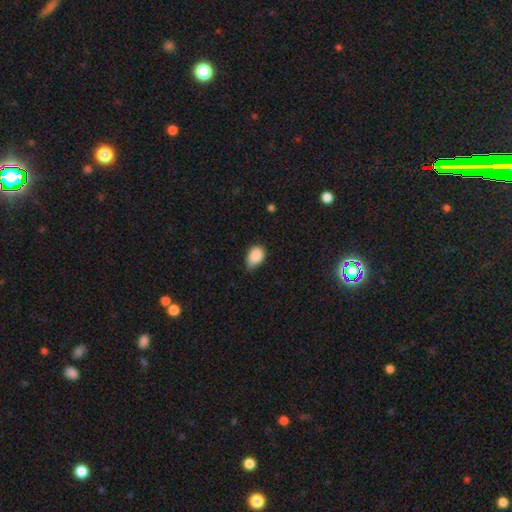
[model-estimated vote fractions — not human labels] Overall: smooth (87%). How rounded: in between (77%). Merging: minor disturbance (46%; none 45%).